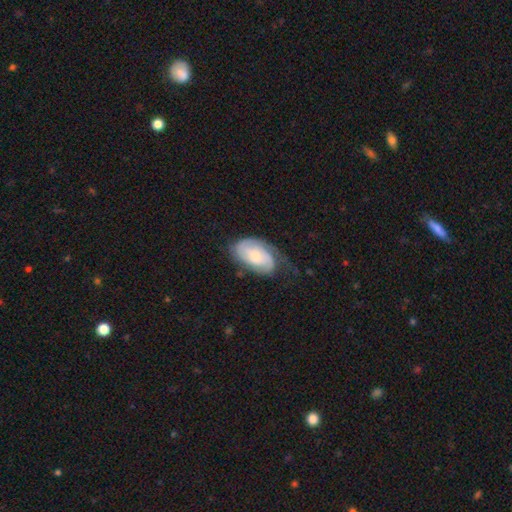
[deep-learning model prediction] smooth_or_featured: featured or disk (p=0.69) [alt: smooth p=0.26]
disk_edge_on: no (p=0.96) [alt: yes p=0.04]
bar: no (p=0.63) [alt: weak p=0.31]
has_spiral_arms: yes (p=0.92) [alt: no p=0.08]
spiral_winding: tight (p=0.49) [alt: medium p=0.36]
spiral_arm_count: 2 (p=0.55) [alt: can't tell p=0.21]
bulge_size: small (p=0.48) [alt: moderate p=0.37]
merging: none (p=0.49) [alt: minor disturbance p=0.29]